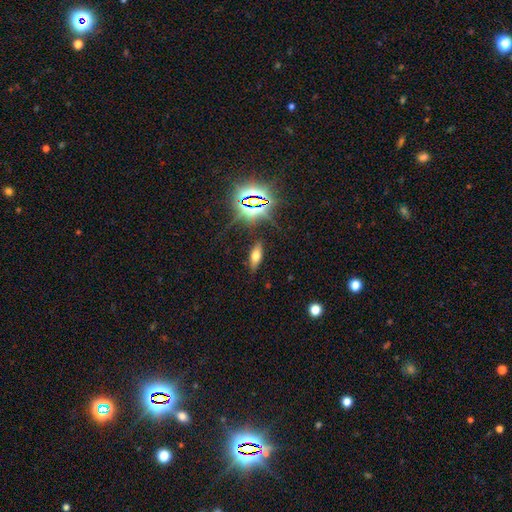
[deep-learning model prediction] Smooth or featured: smooth — 50% (featured or disk — 26%)
How rounded: in between — 66% (cigar-shaped — 29%)
Merging: none — 84% (minor disturbance — 11%)